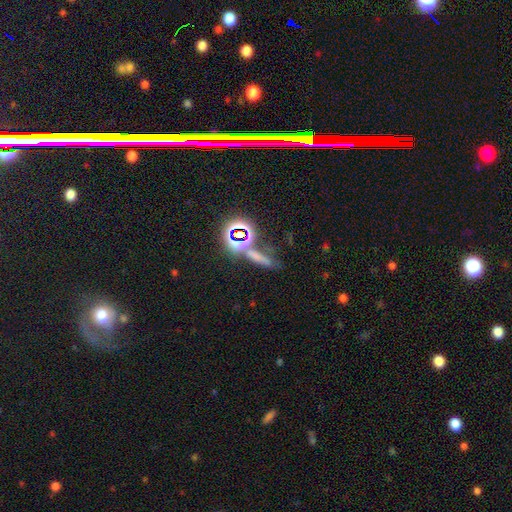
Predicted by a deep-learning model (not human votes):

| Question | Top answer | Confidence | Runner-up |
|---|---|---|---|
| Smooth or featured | smooth | 48% | star or artifact (39%) |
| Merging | none | 60% | merger (19%) |